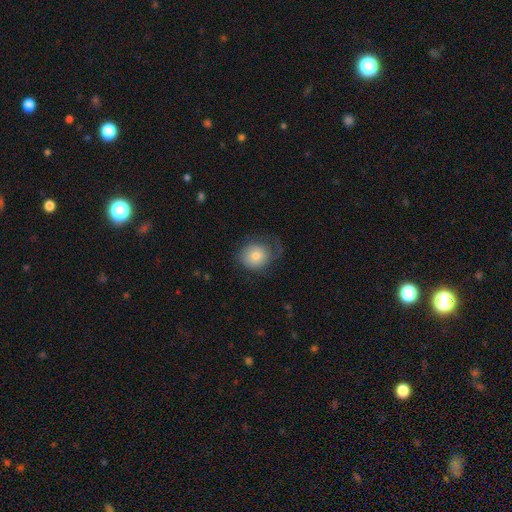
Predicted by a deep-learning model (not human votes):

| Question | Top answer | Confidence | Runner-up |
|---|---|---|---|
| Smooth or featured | smooth | 68% | featured or disk (24%) |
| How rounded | round | 75% | in between (24%) |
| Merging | none | 52% | minor disturbance (25%) |